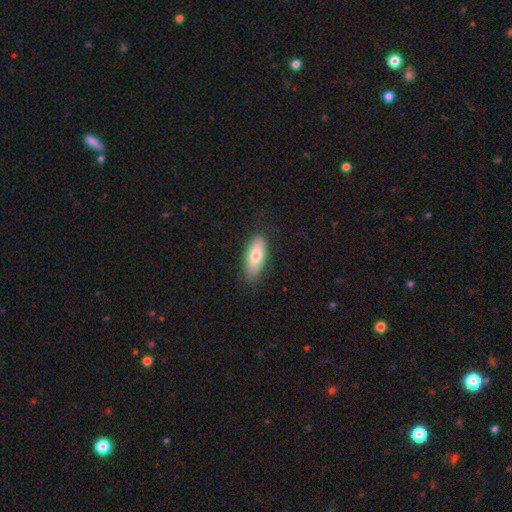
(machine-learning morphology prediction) Smooth or featured: smooth — 74% (featured or disk — 20%)
How rounded: in between — 80% (cigar-shaped — 17%)
Merging: none — 83% (minor disturbance — 13%)